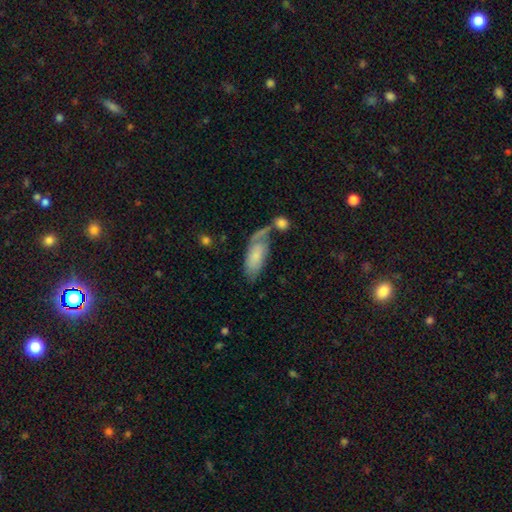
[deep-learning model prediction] Overall: smooth (65%; featured or disk 28%). How rounded: in between (86%). Merging: none (39%; merger 25%).